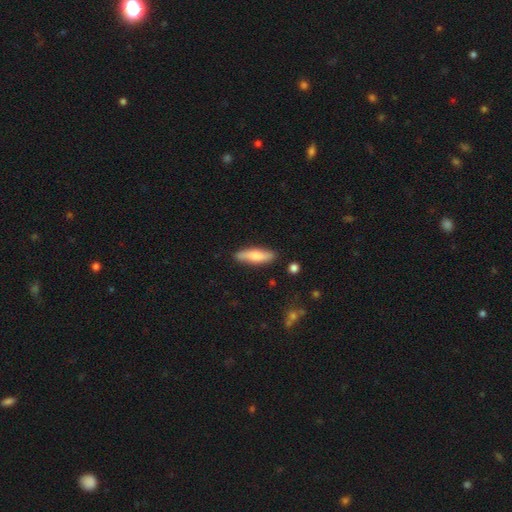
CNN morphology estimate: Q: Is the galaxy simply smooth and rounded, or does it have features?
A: smooth — 70%.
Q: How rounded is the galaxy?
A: cigar-shaped — 63%.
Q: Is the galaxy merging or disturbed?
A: none — 84%.